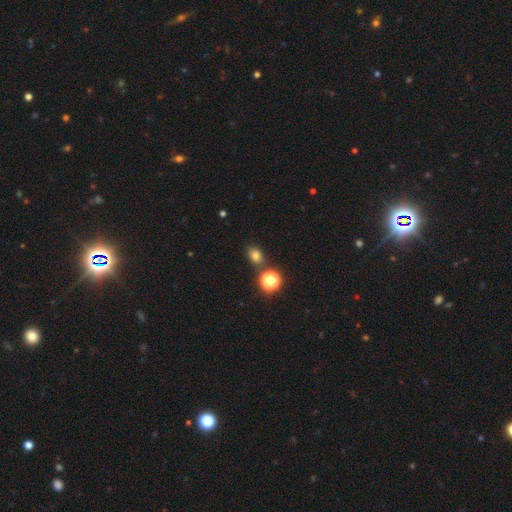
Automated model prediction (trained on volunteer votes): Overall: smooth (72%). How rounded: in between (54%; round 45%). Merging: none (77%).